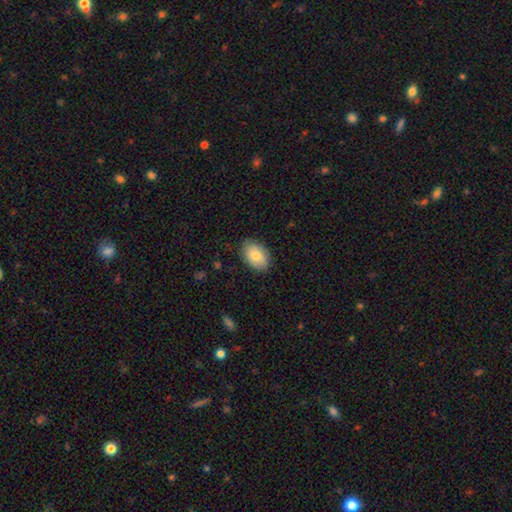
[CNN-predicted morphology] The model was most divided on "smooth or featured": smooth: 80%, featured or disk: 13%, star or artifact: 7%. More confident: how rounded — in between (86%); merging — none (85%).